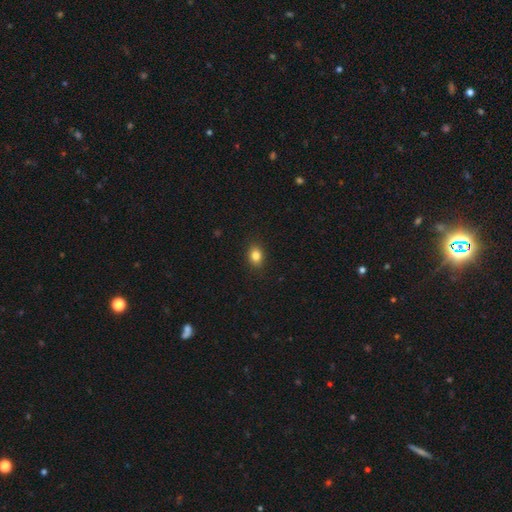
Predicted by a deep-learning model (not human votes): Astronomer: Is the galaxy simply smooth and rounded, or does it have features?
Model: smooth — 83%.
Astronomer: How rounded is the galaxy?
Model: in between — 59% (runner-up: round, 39%).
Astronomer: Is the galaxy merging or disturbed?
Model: none — 88%.